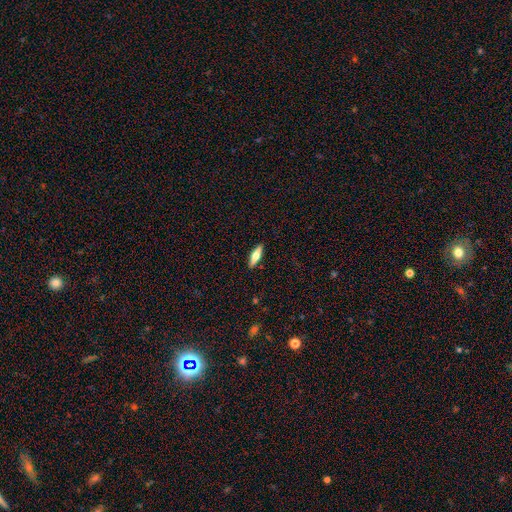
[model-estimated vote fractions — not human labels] This is possibly a smooth galaxy (53%). How rounded: possibly cigar-shaped (59%). Merging: clearly none (91%).